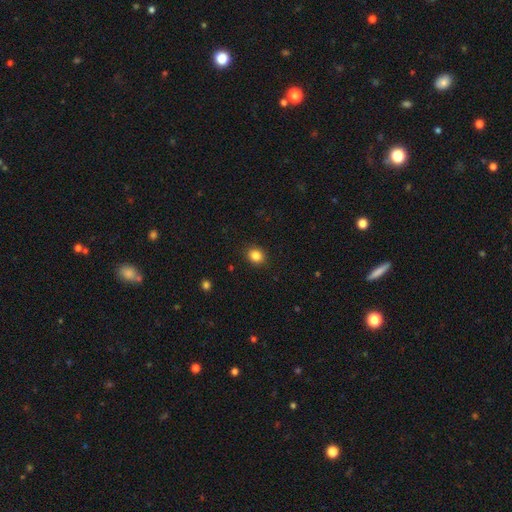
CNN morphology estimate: Smooth or featured? Predicted: smooth (p=0.85). How rounded? Predicted: round (p=0.67). Merging? Predicted: none (p=0.90).